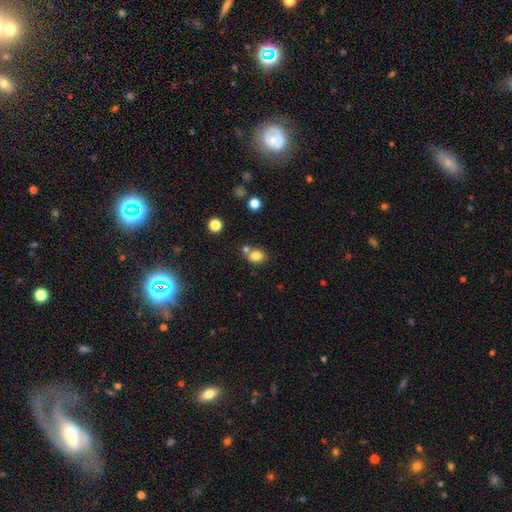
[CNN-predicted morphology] A smooth galaxy with no disk features (80%) that is round (56%). Merging: none (56%).